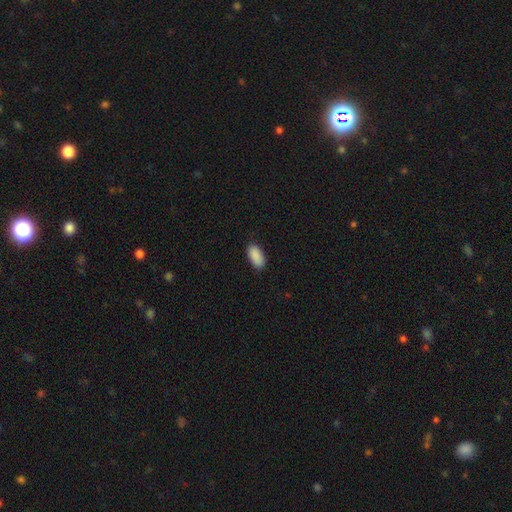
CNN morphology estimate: type=smooth (90%); roundness=in between (93%); merging=none (87%).